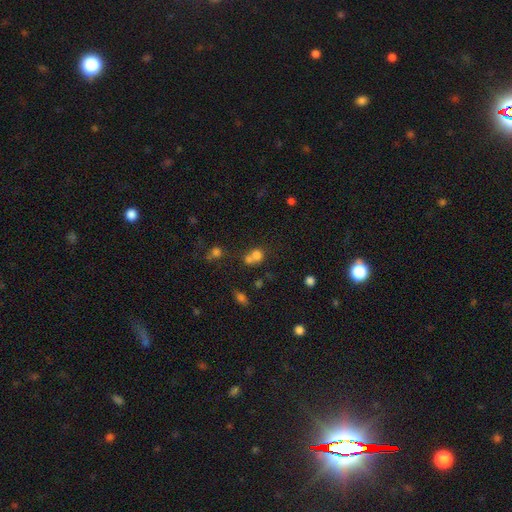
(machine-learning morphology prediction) Smooth or featured? smooth (72%)
How rounded? round (71%)
Merging? merger (53%)